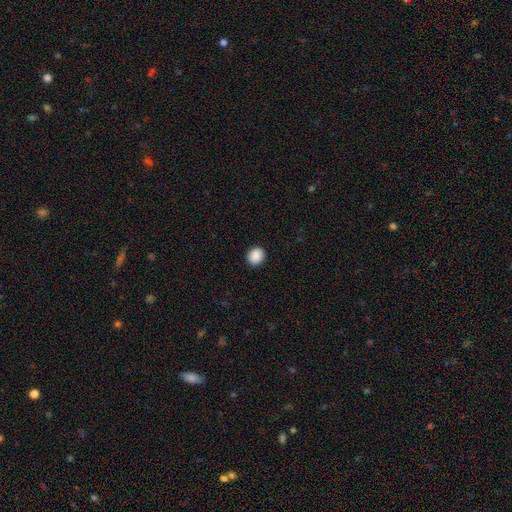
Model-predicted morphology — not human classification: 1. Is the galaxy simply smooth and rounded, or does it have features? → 89% smooth, 8% star or artifact, 3% featured or disk.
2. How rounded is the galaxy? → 81% round, 18% in between, 1% cigar-shaped.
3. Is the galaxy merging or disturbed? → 92% none, 6% minor disturbance, 2% major disturbance, 1% merger.